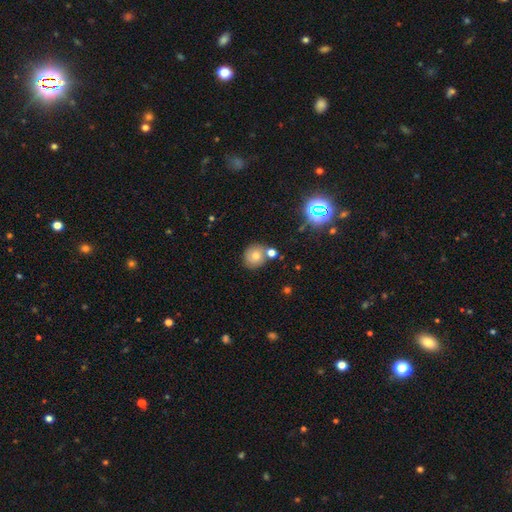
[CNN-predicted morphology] smooth-or-featured: smooth: 66% | featured or disk: 20% | star or artifact: 15%
  how-rounded: round: 86% | in between: 13% | cigar-shaped: 1%
  merging: none: 67% | merger: 18% | minor disturbance: 12% | major disturbance: 3%